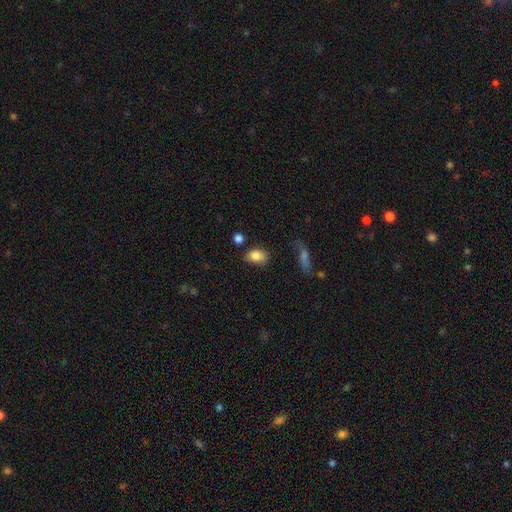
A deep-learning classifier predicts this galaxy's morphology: This is clearly a smooth galaxy (85%). How rounded: clearly in between (82%). Merging: likely none (79%).